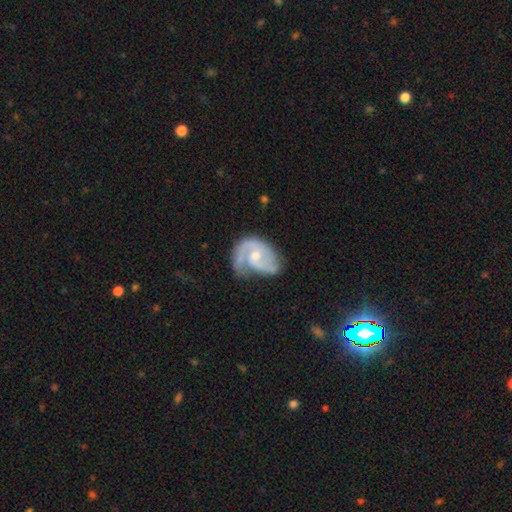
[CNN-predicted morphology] A featured or disk galaxy (85%) with no bar (62%), 2 (62%) medium (46%) spiral arms (94%) and a moderate central bulge (56%). Merging: none (45%).